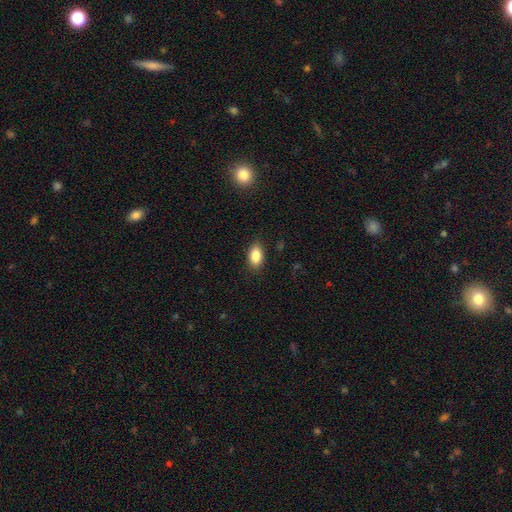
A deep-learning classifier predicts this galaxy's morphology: type=smooth (87%); roundness=in between (90%); merging=none (85%).